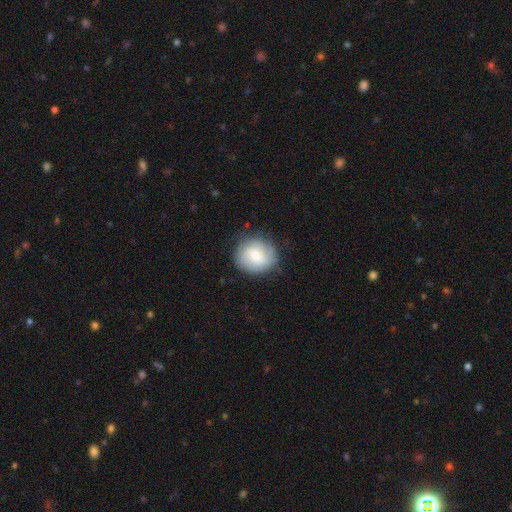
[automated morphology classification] Smooth or featured? smooth (60%)
How rounded? round (83%)
Merging? none (75%)